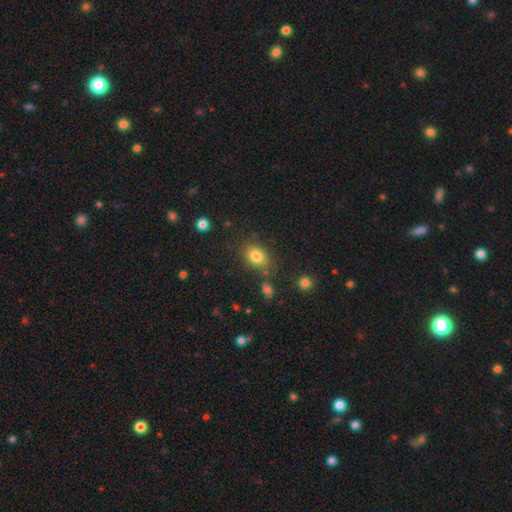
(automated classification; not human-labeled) This appears to be a smooth galaxy with no disk features (81%) that is in between round and cigar-shaped (71%). Merging: none (77%).